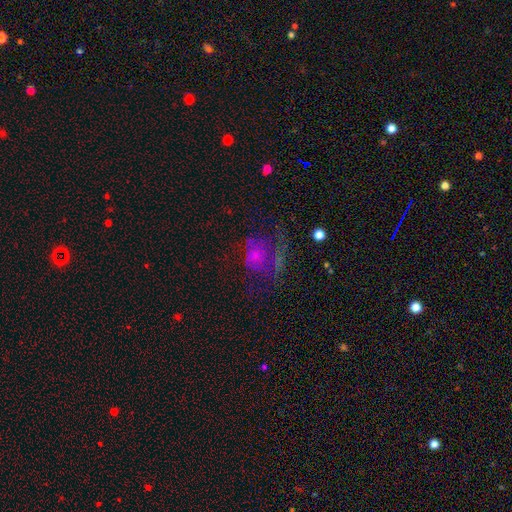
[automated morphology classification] smooth_or_featured: smooth (p=0.42) [alt: featured or disk p=0.41]
merging: major disturbance (p=0.48) [alt: none p=0.30]